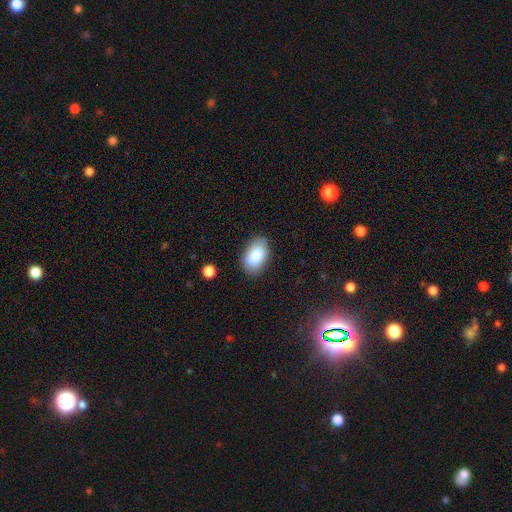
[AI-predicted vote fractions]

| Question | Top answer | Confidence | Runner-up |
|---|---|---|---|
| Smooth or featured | smooth | 86% | featured or disk (7%) |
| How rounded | in between | 92% | round (7%) |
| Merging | none | 83% | minor disturbance (13%) |